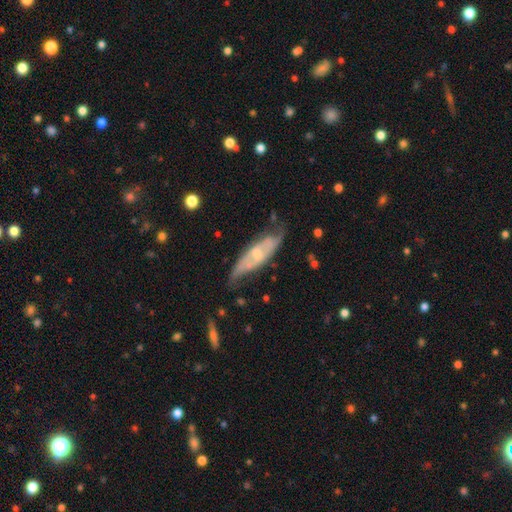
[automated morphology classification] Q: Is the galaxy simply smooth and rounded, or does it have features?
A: featured or disk — 67%.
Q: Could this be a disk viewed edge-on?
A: no — 69%.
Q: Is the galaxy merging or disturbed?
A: none — 56%.